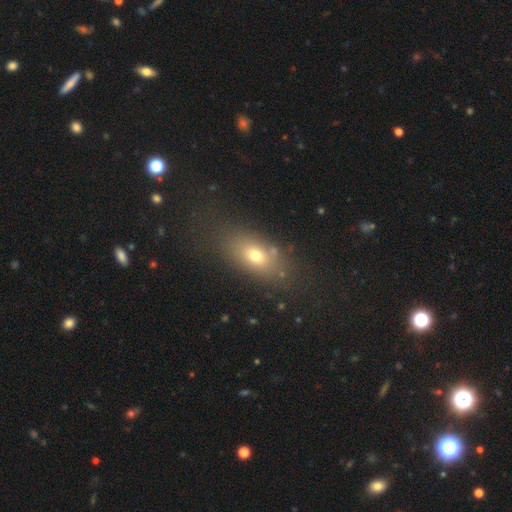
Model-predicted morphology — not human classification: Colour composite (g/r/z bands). It shows a smooth galaxy with no disk features (69%) that is in between round and cigar-shaped (76%). Merging: none (74%).